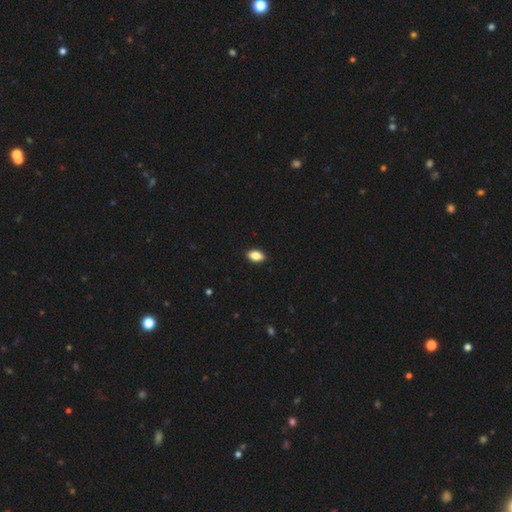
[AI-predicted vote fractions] The model was most divided on "smooth or featured": smooth: 84%, featured or disk: 8%, star or artifact: 8%. More confident: how rounded — in between (90%); merging — none (90%).